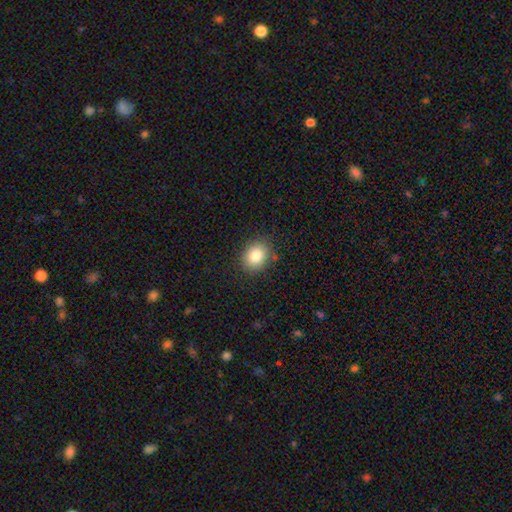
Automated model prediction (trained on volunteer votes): smooth-or-featured: smooth: 84% | star or artifact: 9% | featured or disk: 7%
  how-rounded: round: 51% | in between: 48% | cigar-shaped: 1%
  merging: none: 85% | minor disturbance: 11% | major disturbance: 3% | merger: 1%